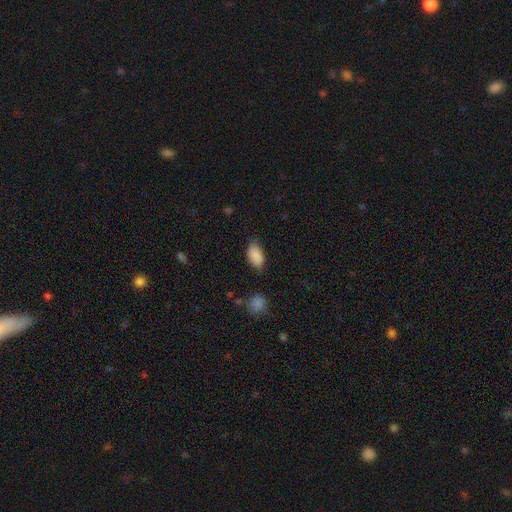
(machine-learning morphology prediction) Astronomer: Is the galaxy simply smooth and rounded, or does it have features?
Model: smooth — 86%.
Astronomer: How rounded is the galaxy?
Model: in between — 93%.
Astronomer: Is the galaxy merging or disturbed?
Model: none — 67%.